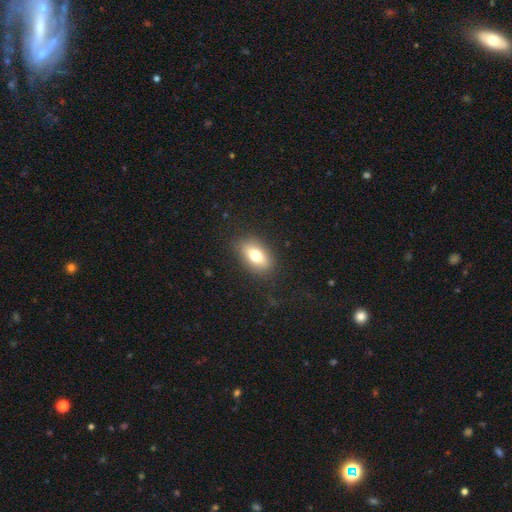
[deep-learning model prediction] Morphology: type=smooth (72%); roundness=in between (85%); merging=none (84%).